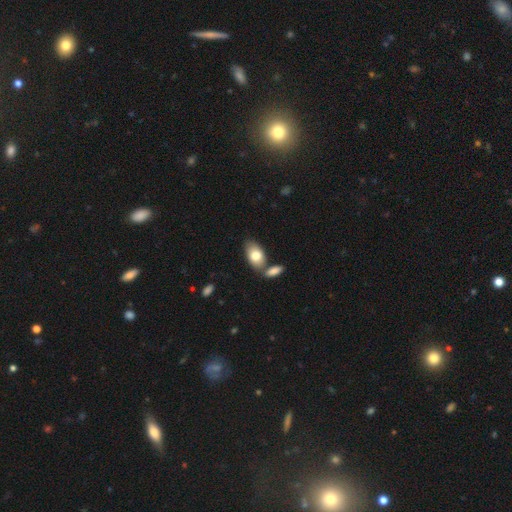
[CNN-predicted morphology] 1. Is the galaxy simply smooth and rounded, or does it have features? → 79% smooth, 15% featured or disk, 6% star or artifact.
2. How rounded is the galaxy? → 92% in between, 6% round, 2% cigar-shaped.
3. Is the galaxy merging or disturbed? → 59% none, 24% merger, 14% minor disturbance, 4% major disturbance.